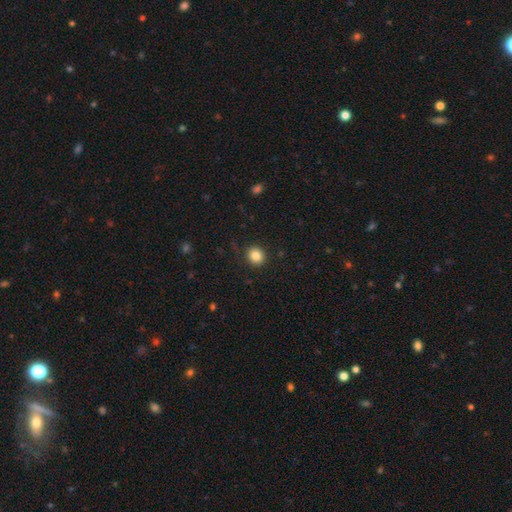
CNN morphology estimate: smooth 84%, star or artifact 11%, featured or disk 5%. Down the decision tree: how rounded — round (89%); merging — none (90%).